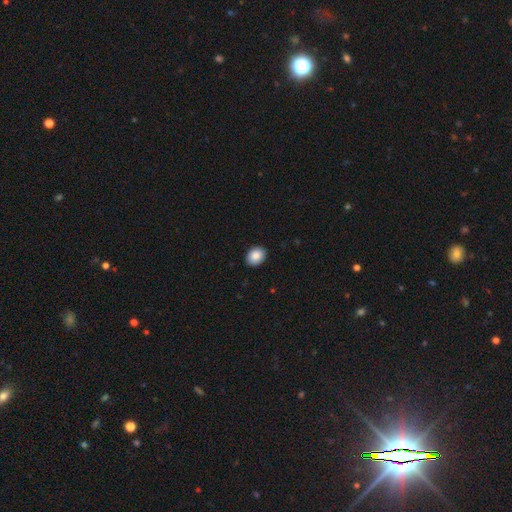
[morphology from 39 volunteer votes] Q: Smooth or featured?
A: smooth (100%)
Q: How rounded?
A: in between (59%); runner-up: round (41%)
Q: Merging?
A: none (87%); runner-up: minor disturbance (13%)